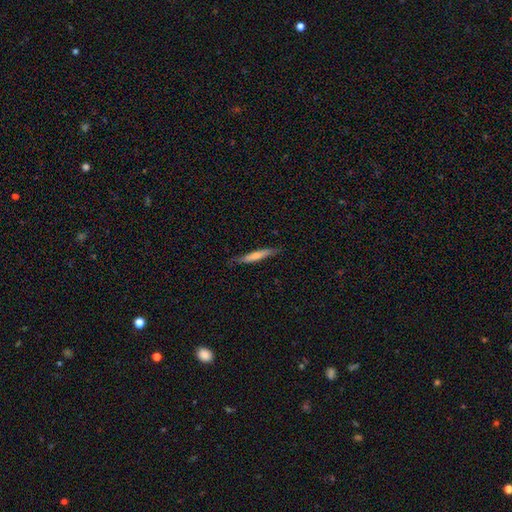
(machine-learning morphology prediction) This is likely a smooth galaxy (64%). How rounded: clearly cigar-shaped (93%). Merging: clearly none (83%).